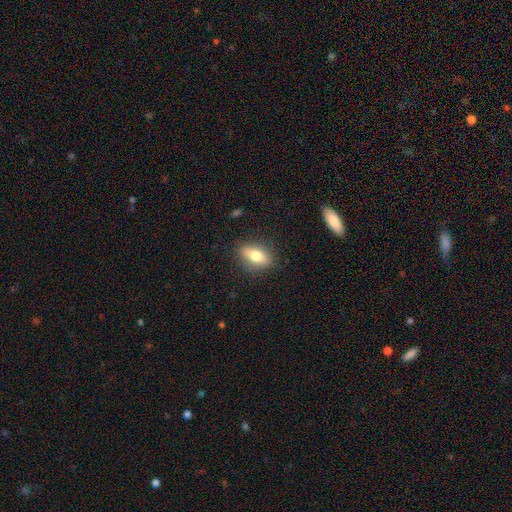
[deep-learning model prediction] smooth_or_featured: smooth (p=0.70) [alt: featured or disk p=0.22]
how_rounded: in between (p=0.79) [alt: cigar-shaped p=0.11]
merging: none (p=0.83) [alt: minor disturbance p=0.12]